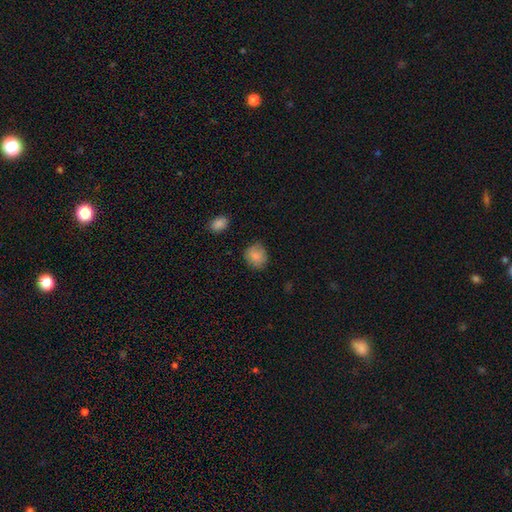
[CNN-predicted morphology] A smooth galaxy with no disk features (84%) that is round (76%).

Vote fractions:
- Smooth or featured? smooth: 84% / star or artifact: 8% / featured or disk: 7%
- How rounded? round: 76% / in between: 23% / cigar-shaped: 1%
- Merging? none: 78% / minor disturbance: 17% / major disturbance: 3% / merger: 2%